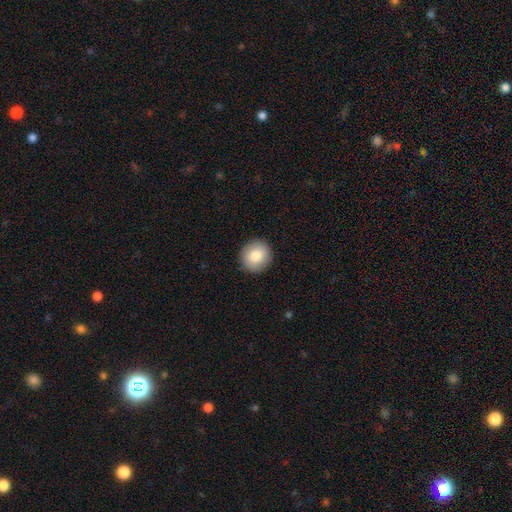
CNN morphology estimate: smooth_or_featured: smooth (p=0.85) [alt: featured or disk p=0.08]
how_rounded: round (p=0.90) [alt: in between p=0.09]
merging: none (p=0.92) [alt: minor disturbance p=0.06]